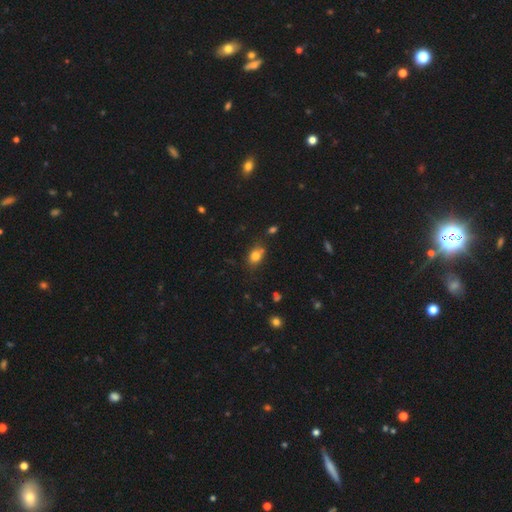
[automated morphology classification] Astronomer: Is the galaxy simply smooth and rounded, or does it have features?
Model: smooth — 79%.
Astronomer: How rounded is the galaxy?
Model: in between — 67%.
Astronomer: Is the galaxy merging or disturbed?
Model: none — 65%.